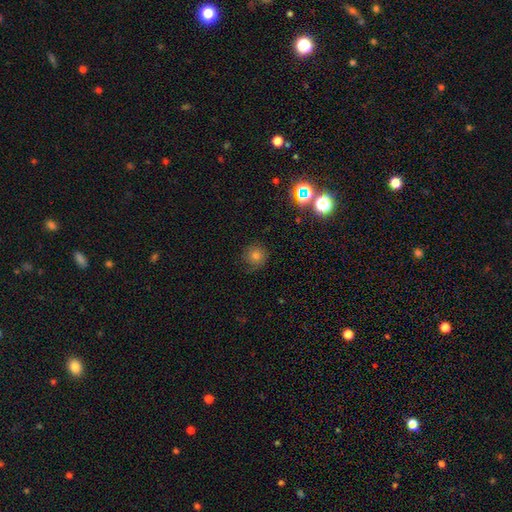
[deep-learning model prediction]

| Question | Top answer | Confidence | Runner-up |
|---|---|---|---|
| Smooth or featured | smooth | 71% | star or artifact (18%) |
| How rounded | round | 93% | in between (6%) |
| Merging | none | 78% | minor disturbance (15%) |